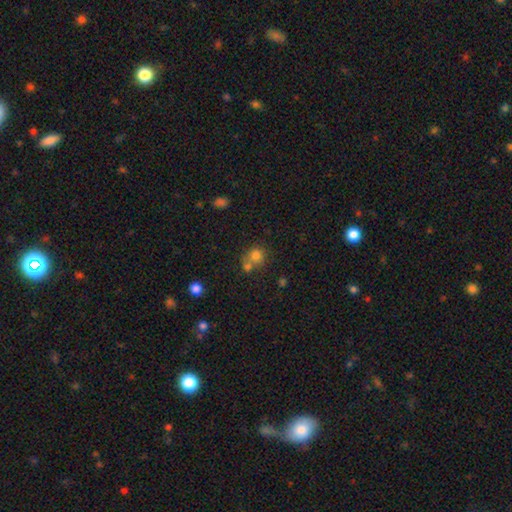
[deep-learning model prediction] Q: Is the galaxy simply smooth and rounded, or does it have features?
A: smooth — 78%.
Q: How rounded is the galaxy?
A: round — 83%.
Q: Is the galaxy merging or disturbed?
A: none — 46%.